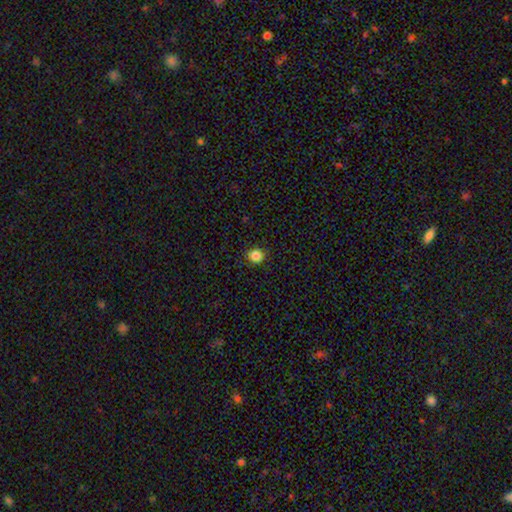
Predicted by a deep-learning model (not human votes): A smooth galaxy with no disk features (85%) that is round (89%). Merging: none (91%).